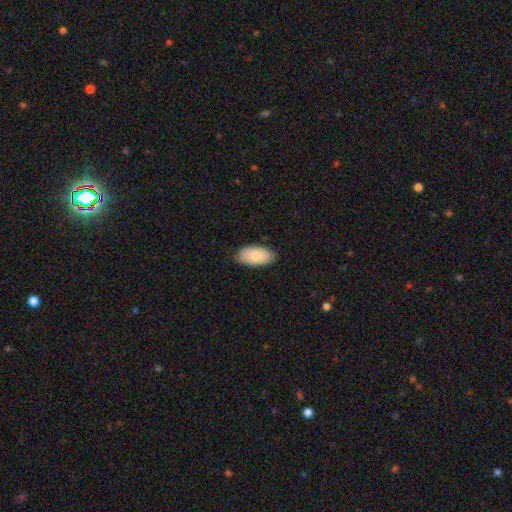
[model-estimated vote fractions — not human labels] smooth 80%, featured or disk 14%, star or artifact 6%. Down the decision tree: how rounded — in between (95%); merging — none (83%).